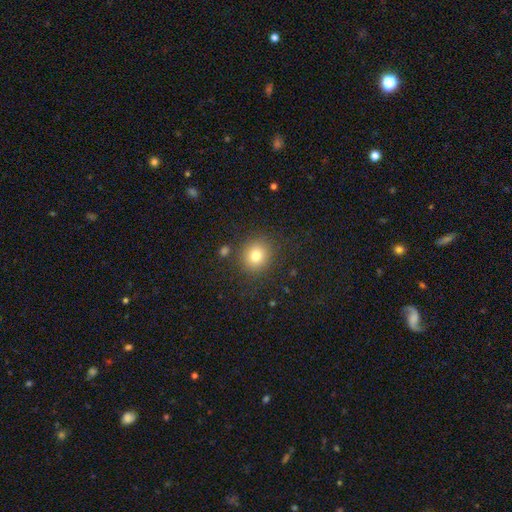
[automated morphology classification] Smooth or featured? smooth (79%)
How rounded? round (86%)
Merging? none (85%)